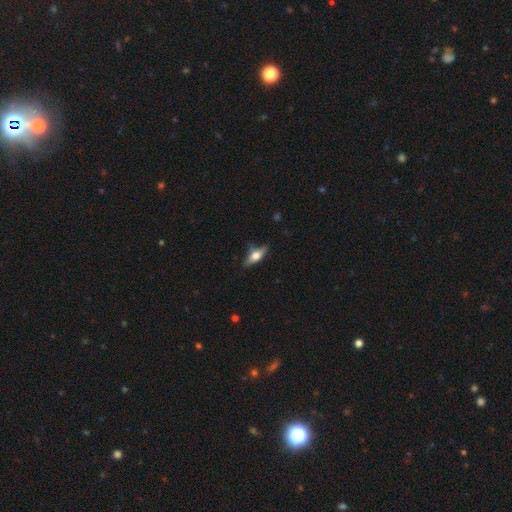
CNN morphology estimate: type=smooth (47%); merging=none (69%).